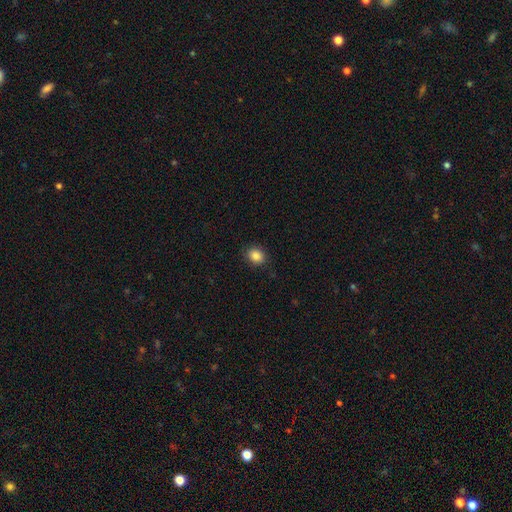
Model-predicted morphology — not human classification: Smooth or featured? smooth (87%)
How rounded? round (61%)
Merging? none (88%)